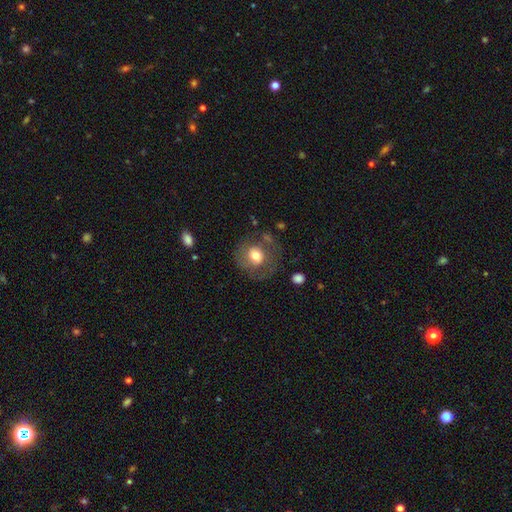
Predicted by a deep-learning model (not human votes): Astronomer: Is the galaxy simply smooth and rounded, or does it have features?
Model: smooth — 63%.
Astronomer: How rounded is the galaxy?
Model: round — 82%.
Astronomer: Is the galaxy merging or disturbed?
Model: none — 64%.